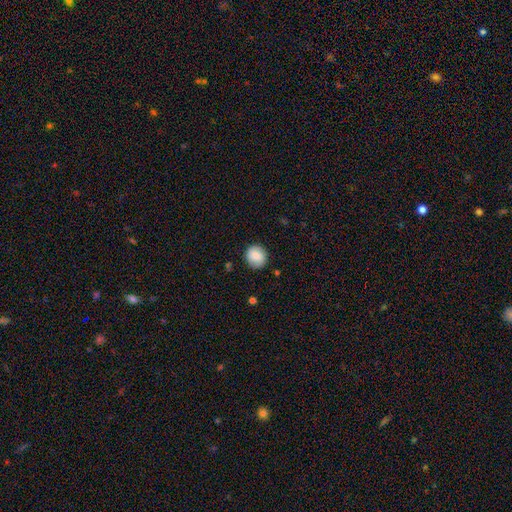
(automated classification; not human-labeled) Smooth or featured? Predicted: smooth (p=0.84). How rounded? Predicted: round (p=0.91). Merging? Predicted: none (p=0.88).